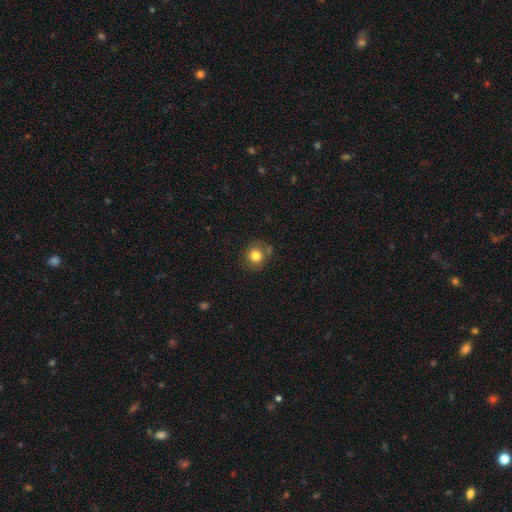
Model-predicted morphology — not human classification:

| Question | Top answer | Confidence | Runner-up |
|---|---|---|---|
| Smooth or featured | smooth | 81% | star or artifact (11%) |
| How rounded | round | 87% | in between (12%) |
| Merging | none | 76% | minor disturbance (13%) |